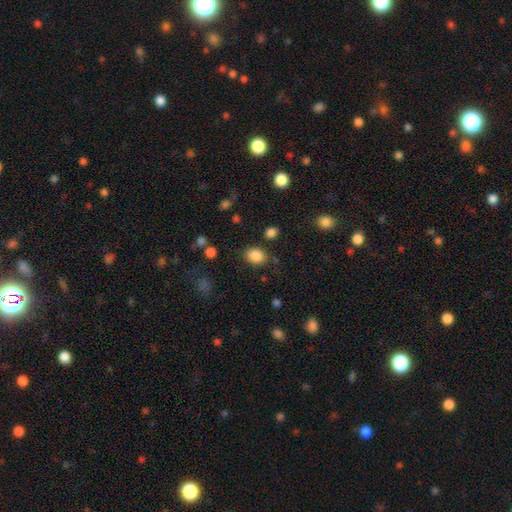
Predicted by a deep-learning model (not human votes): smooth 86%, star or artifact 9%, featured or disk 4%. Down the decision tree: how rounded — in between (58%); merging — none (81%).